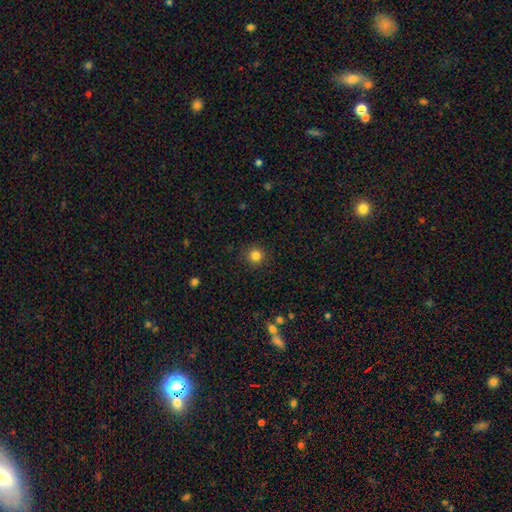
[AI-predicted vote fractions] Smooth or featured? Predicted: smooth (p=0.83). How rounded? Predicted: round (p=0.94). Merging? Predicted: none (p=0.91).